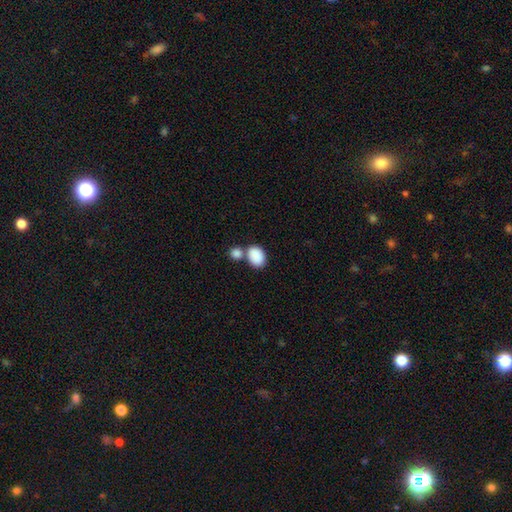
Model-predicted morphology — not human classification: This appears to be a smooth galaxy with no disk features (88%) that is in between round and cigar-shaped (75%). Merging: none (46%).